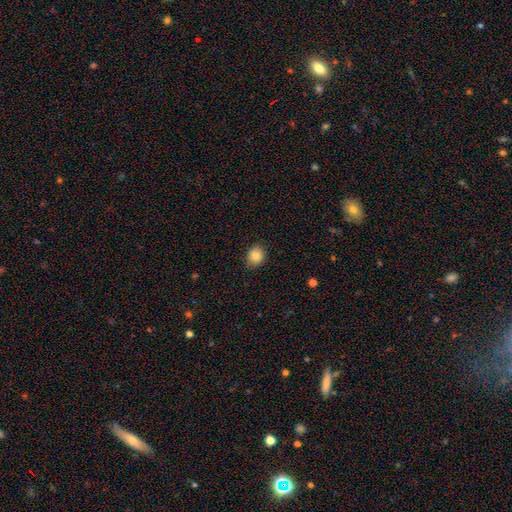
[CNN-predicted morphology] Smooth or featured?
  - smooth: 85% *
  - star or artifact: 9%
  - featured or disk: 6%
How rounded?
  - round: 68% *
  - in between: 31%
  - cigar-shaped: 1%
Merging?
  - none: 84% *
  - minor disturbance: 12%
  - major disturbance: 3%
  - merger: 1%